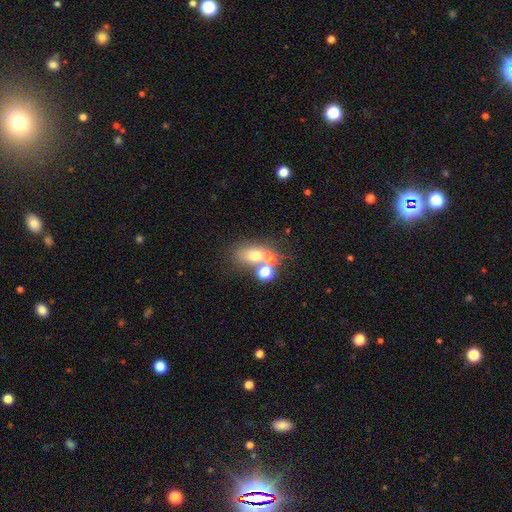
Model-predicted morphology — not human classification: smooth_or_featured: smooth (p=0.60) [alt: featured or disk p=0.20]
how_rounded: in between (p=0.56) [alt: round p=0.42]
merging: none (p=0.45) [alt: merger p=0.38]